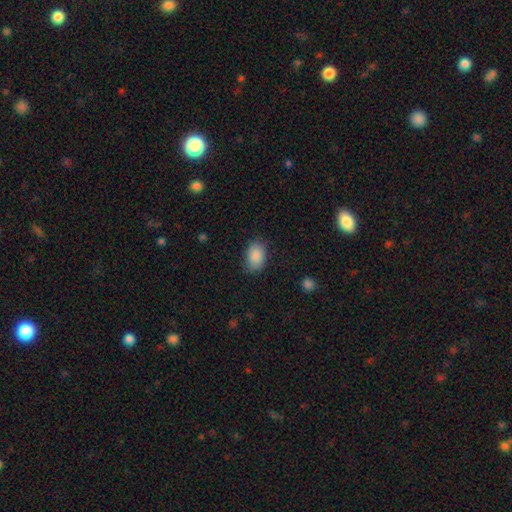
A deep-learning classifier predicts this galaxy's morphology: smooth-or-featured: smooth: 88% | star or artifact: 7% | featured or disk: 5%
  how-rounded: in between: 85% | round: 14% | cigar-shaped: 1%
  merging: none: 79% | minor disturbance: 16% | major disturbance: 4% | merger: 1%